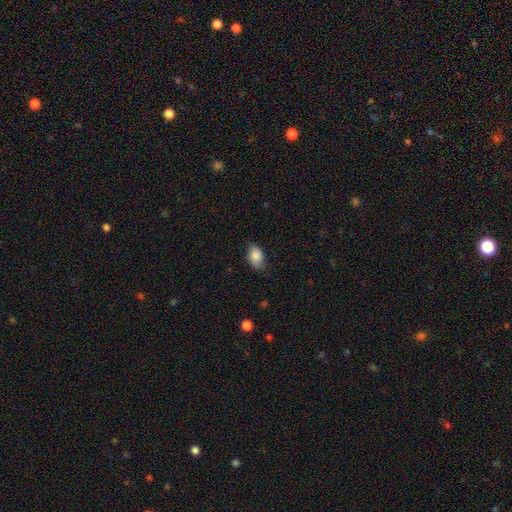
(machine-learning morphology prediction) The model was most divided on "merging": none: 72%, minor disturbance: 22%, major disturbance: 4%, merger: 1%. More confident: how rounded — in between (89%); smooth or featured — smooth (85%).